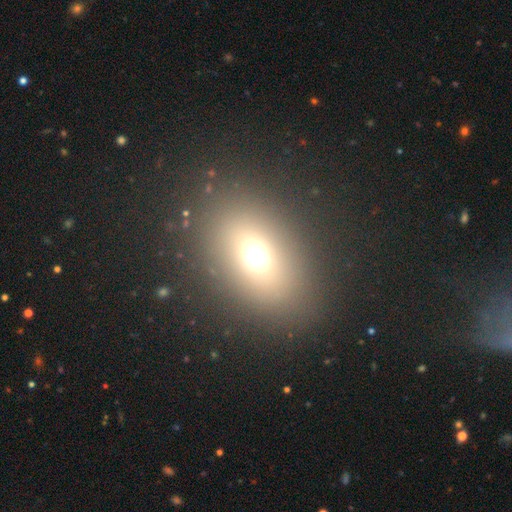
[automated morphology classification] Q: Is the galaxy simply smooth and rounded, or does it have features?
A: smooth — 67%.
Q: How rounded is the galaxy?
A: in between — 68%.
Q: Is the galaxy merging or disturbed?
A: none — 85%.